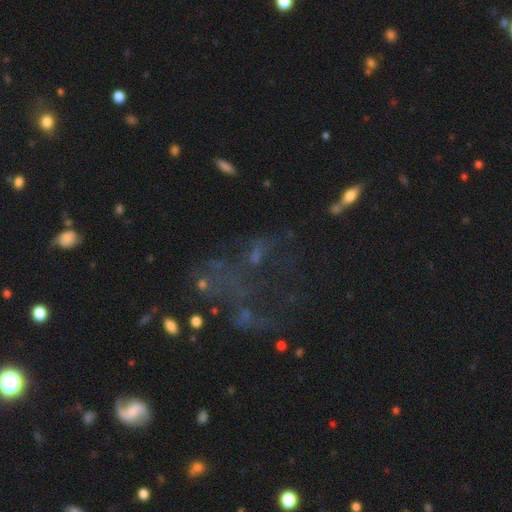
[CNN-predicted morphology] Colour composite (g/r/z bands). It shows a featured or disk galaxy (39%). Merging: none (43%).